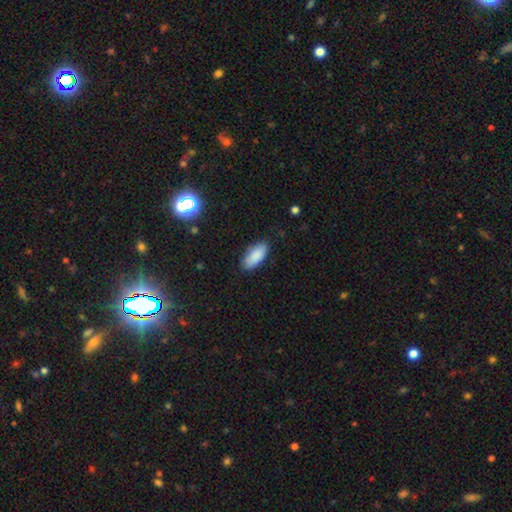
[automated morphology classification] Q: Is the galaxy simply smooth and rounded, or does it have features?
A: smooth — 88%.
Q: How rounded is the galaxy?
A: in between — 86%.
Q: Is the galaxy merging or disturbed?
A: none — 83%.